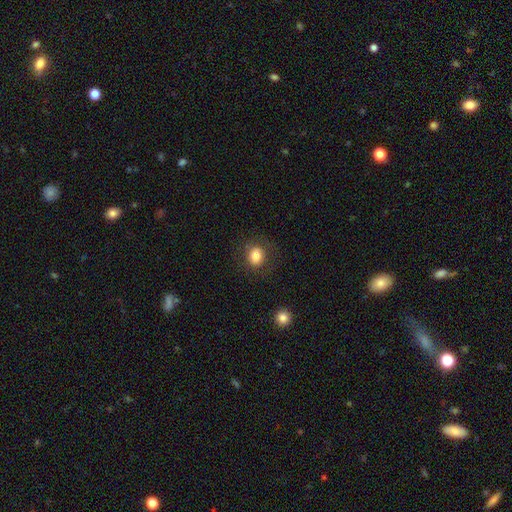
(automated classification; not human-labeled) Morphology: type=smooth (79%); roundness=round (65%); merging=none (81%).